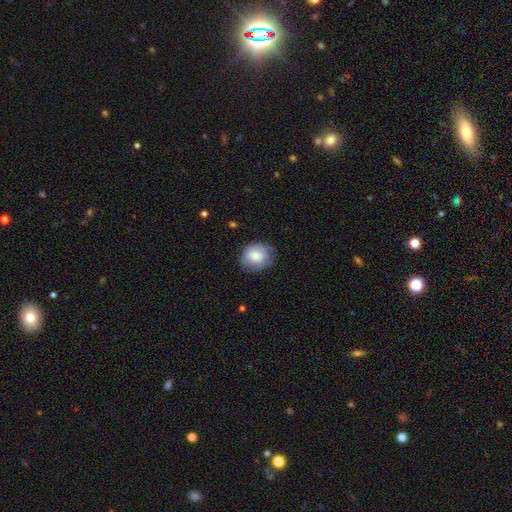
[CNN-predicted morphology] type=smooth (71%); roundness=round (64%); merging=none (70%).